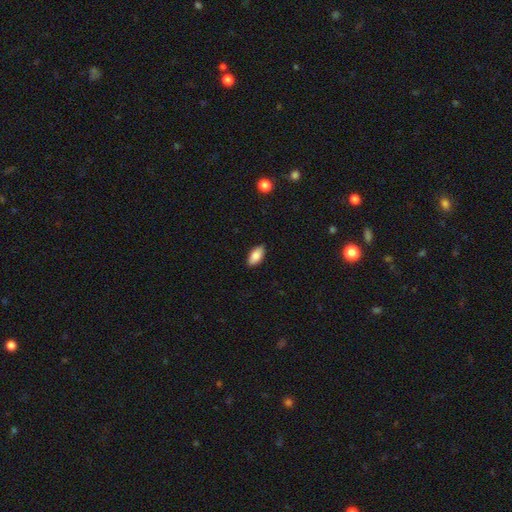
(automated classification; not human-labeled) A smooth galaxy with no disk features (87%) that is in between round and cigar-shaped (91%). Merging: none (88%).